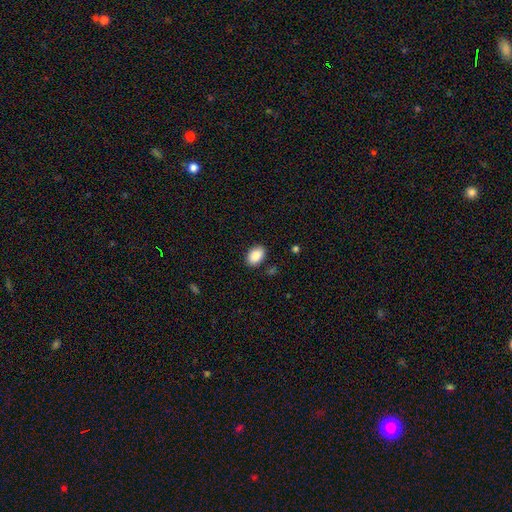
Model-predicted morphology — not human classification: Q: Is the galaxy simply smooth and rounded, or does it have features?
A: smooth — 89%.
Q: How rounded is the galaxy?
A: in between — 87%.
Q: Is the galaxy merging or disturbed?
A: none — 86%.